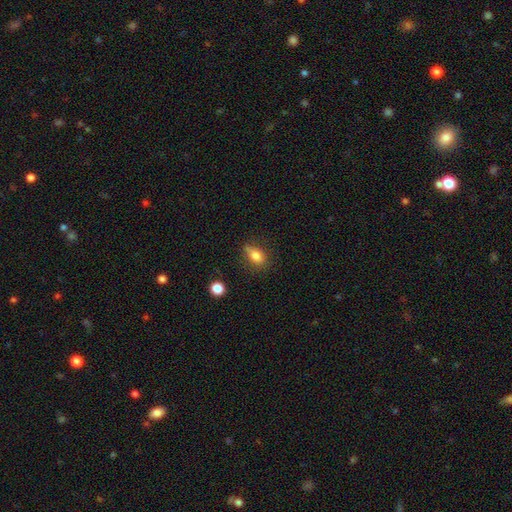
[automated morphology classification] This is likely a smooth galaxy (80%). How rounded: likely in between (78%). Merging: possibly none (58%).